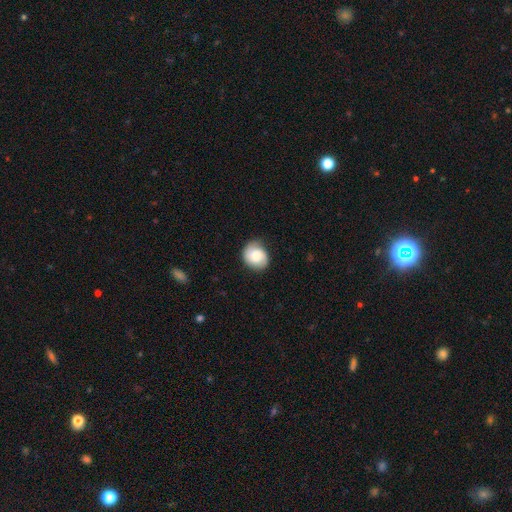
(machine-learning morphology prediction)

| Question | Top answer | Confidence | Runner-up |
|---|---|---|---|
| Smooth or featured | smooth | 62% | featured or disk (30%) |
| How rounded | round | 68% | in between (31%) |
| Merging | none | 72% | minor disturbance (21%) |